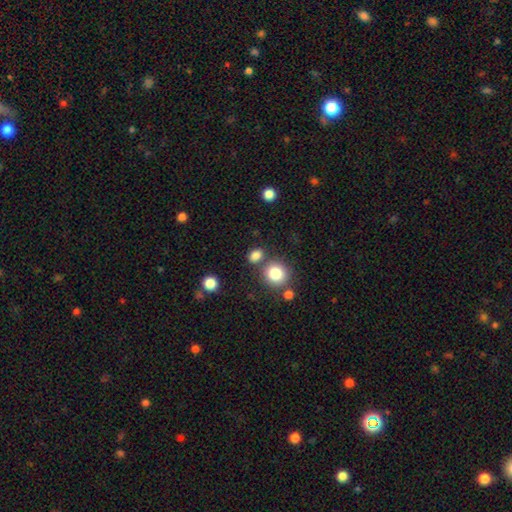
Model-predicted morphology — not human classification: Smooth or featured: smooth — 83% (star or artifact — 12%)
How rounded: round — 50% (in between — 49%)
Merging: none — 70% (merger — 16%)